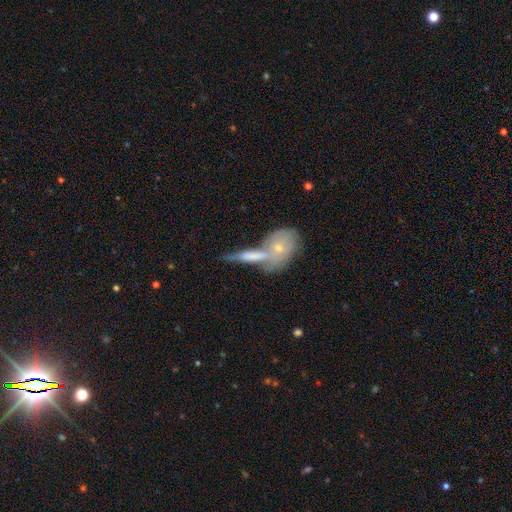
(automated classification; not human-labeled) smooth-or-featured: featured or disk: 52% | smooth: 38% | star or artifact: 10%
  disk-edge-on: no: 54% | yes: 46%
  merging: merger: 48% | none: 37% | minor disturbance: 10% | major disturbance: 5%